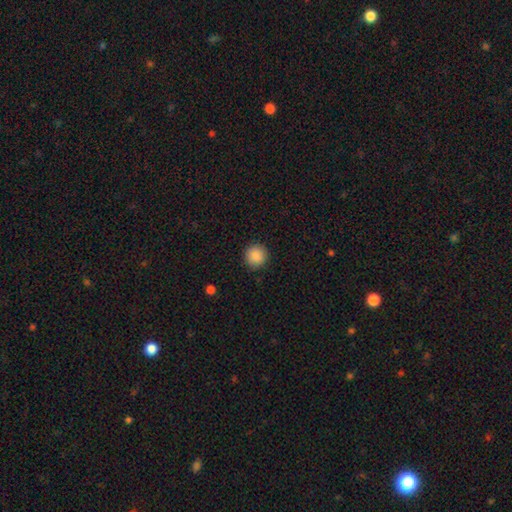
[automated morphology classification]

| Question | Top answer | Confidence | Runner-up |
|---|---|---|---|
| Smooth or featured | smooth | 89% | star or artifact (9%) |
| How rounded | round | 94% | in between (5%) |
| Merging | none | 91% | minor disturbance (6%) |